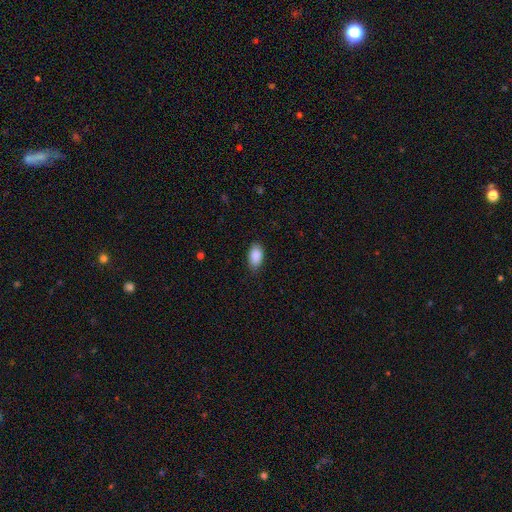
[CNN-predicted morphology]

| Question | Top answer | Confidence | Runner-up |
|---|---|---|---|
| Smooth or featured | smooth | 90% | star or artifact (7%) |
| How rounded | in between | 93% | round (5%) |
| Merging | none | 84% | minor disturbance (13%) |